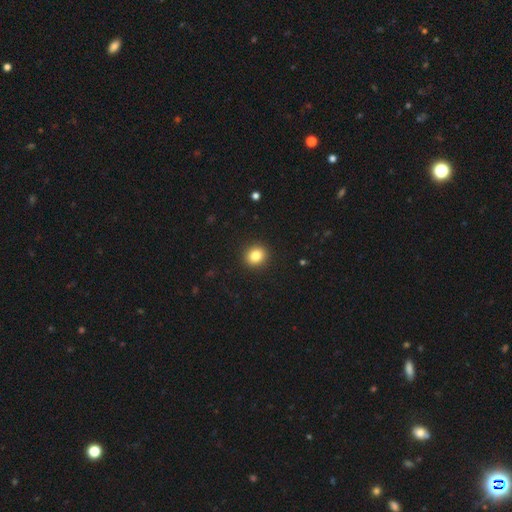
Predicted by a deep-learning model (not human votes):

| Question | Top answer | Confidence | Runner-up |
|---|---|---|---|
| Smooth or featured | smooth | 84% | star or artifact (10%) |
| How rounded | round | 79% | in between (20%) |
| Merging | none | 92% | minor disturbance (5%) |